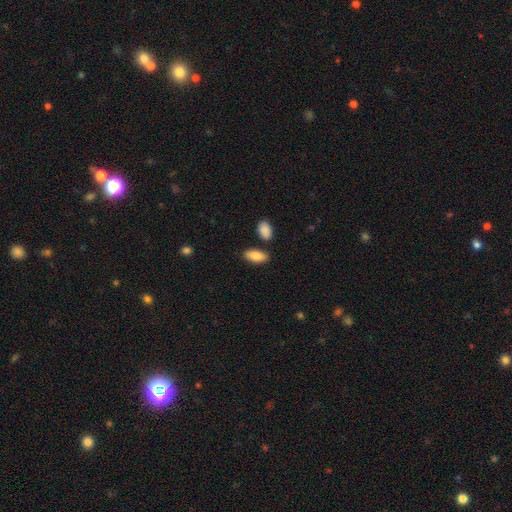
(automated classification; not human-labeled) Smooth or featured? smooth (83%)
How rounded? in between (89%)
Merging? none (82%)